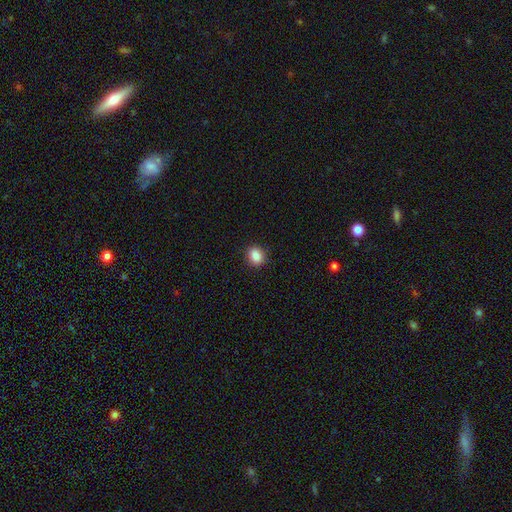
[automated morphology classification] Smooth or featured?
  - smooth: 87% *
  - star or artifact: 9%
  - featured or disk: 3%
How rounded?
  - round: 57% *
  - in between: 42%
  - cigar-shaped: 1%
Merging?
  - none: 90% *
  - minor disturbance: 7%
  - major disturbance: 2%
  - merger: 1%